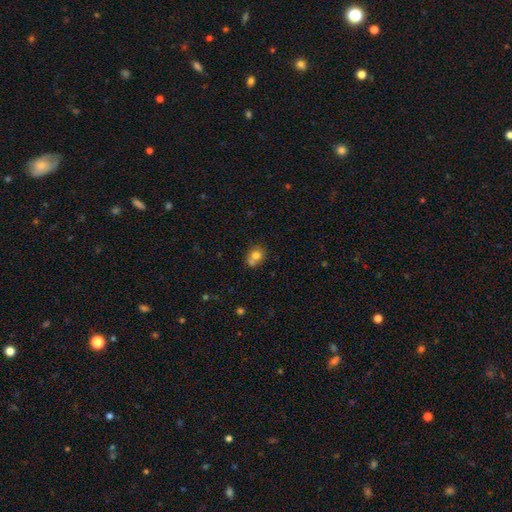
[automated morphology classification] A smooth galaxy with no disk features (74%) that is round (68%).

Vote fractions:
- Smooth or featured? smooth: 74% / featured or disk: 15% / star or artifact: 11%
- How rounded? round: 68% / in between: 31% / cigar-shaped: 1%
- Merging? none: 42% / merger: 40% / minor disturbance: 13% / major disturbance: 5%